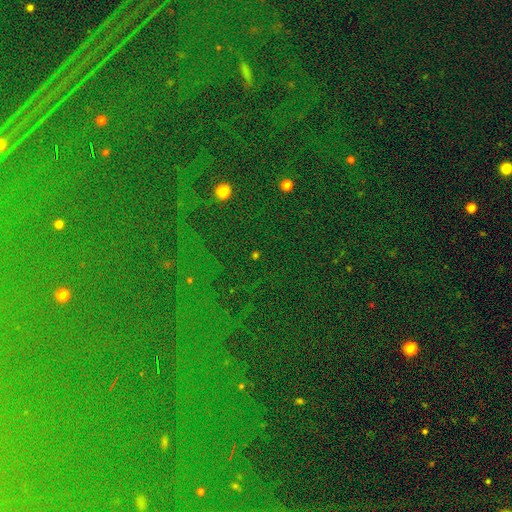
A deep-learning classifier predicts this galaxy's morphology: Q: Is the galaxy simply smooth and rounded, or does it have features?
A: star or artifact — 75%.